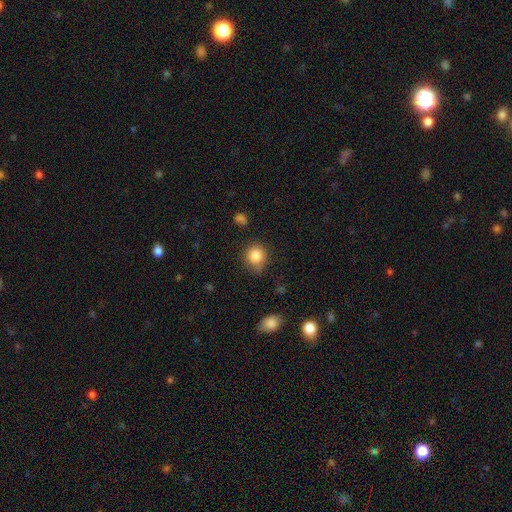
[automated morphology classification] This appears to be a smooth galaxy with no disk features (85%) that is round (81%). Merging: none (73%).